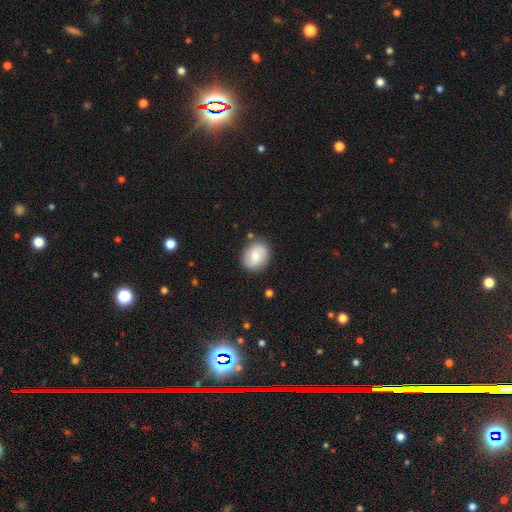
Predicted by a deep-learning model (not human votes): Smooth or featured? Predicted: smooth (p=0.59). How rounded? Predicted: round (p=0.64). Merging? Predicted: none (p=0.84).